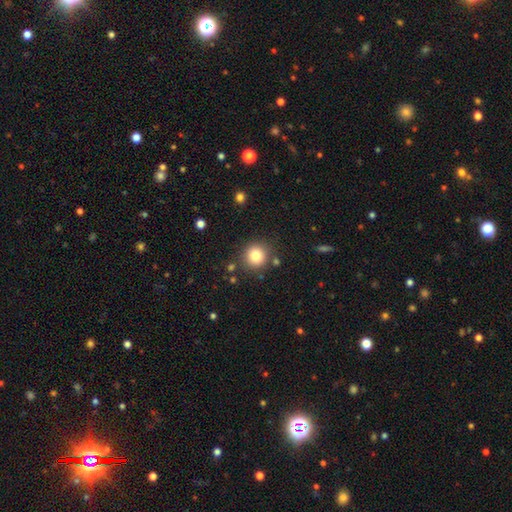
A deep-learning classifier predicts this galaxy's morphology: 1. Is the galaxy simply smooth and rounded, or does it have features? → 82% smooth, 11% star or artifact, 7% featured or disk.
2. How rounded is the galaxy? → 90% round, 9% in between, 1% cigar-shaped.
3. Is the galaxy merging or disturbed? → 85% none, 9% minor disturbance, 4% merger, 3% major disturbance.